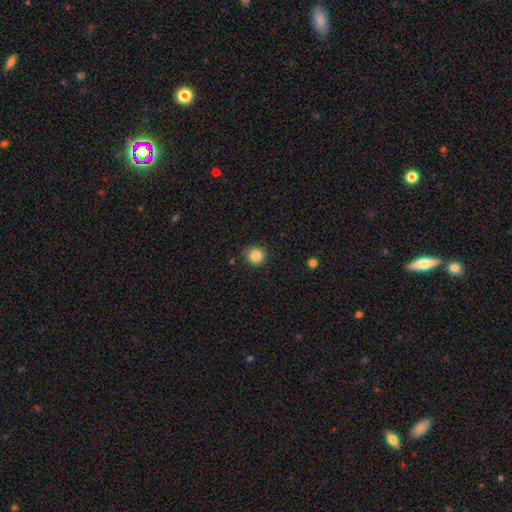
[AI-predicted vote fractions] smooth 85%, star or artifact 11%, featured or disk 4%. Down the decision tree: how rounded — round (93%); merging — none (86%).